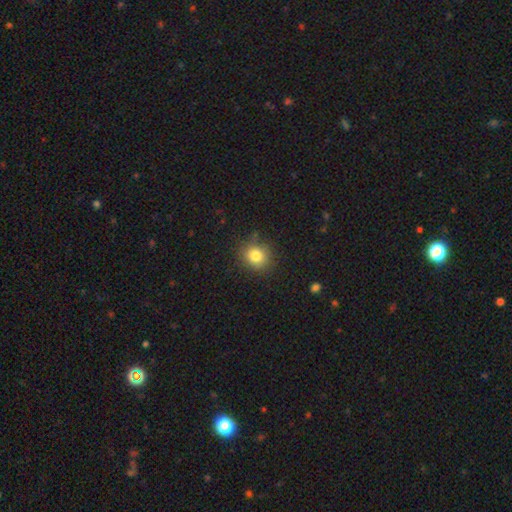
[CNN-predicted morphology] Smooth or featured? smooth (81%)
How rounded? round (82%)
Merging? none (84%)